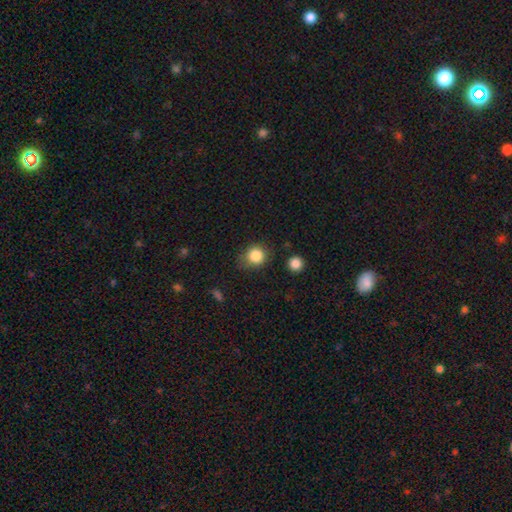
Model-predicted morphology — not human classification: Overall: smooth (84%). How rounded: round (80%). Merging: none (73%).